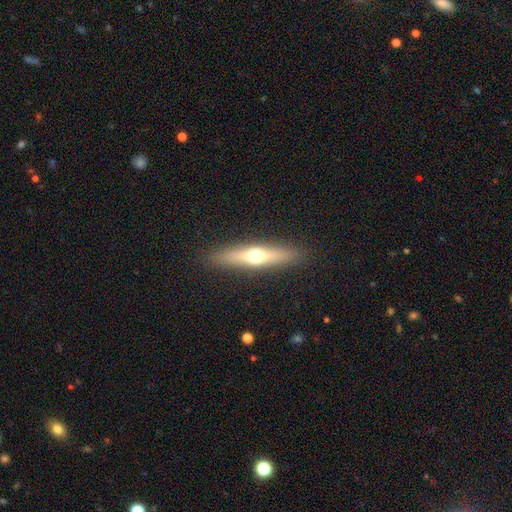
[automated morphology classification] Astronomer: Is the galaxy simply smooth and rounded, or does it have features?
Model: featured or disk — 50% (runner-up: smooth, 43%).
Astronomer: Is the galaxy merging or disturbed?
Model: none — 90%.